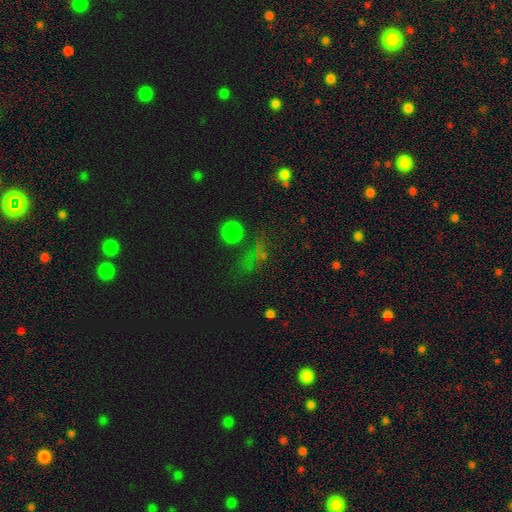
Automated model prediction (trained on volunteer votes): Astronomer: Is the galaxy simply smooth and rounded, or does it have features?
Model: star or artifact — 50% (runner-up: smooth, 39%).